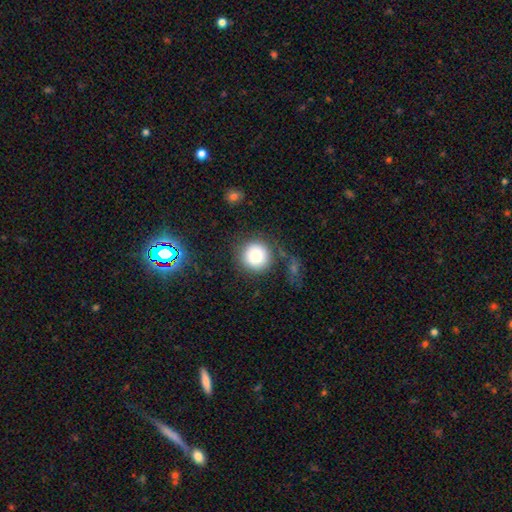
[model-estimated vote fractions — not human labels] Overall: smooth (83%). How rounded: round (94%). Merging: none (77%).